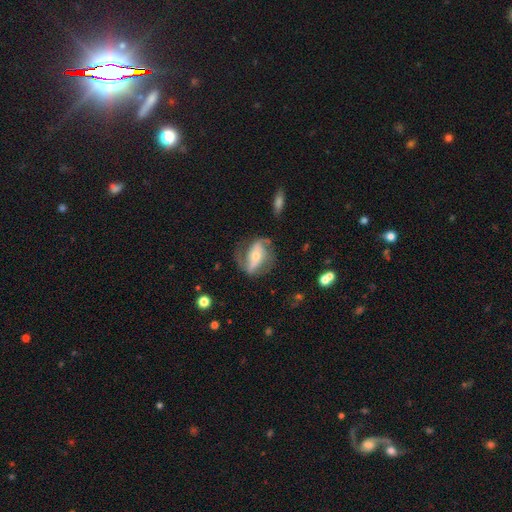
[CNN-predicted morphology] Smooth or featured? featured or disk (79%)
Edge-on disk? no (94%)
Bar? strong (37%)
Spiral arms? yes (91%)
Spiral winding? medium (41%)
Spiral arm count? 2 (81%)
Bulge size? moderate (49%)
Merging? none (63%)